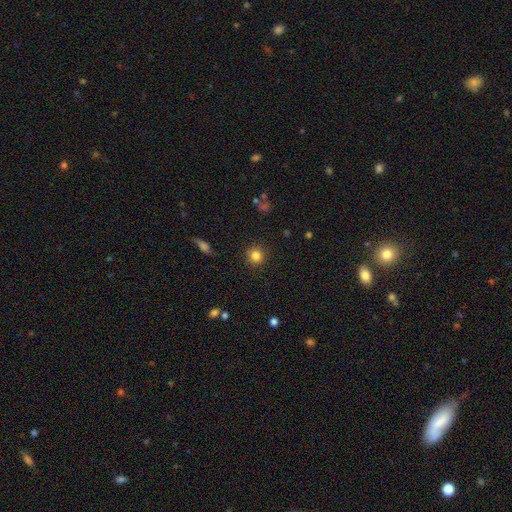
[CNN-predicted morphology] smooth 83%, star or artifact 12%, featured or disk 5%. Down the decision tree: how rounded — round (93%); merging — none (90%).